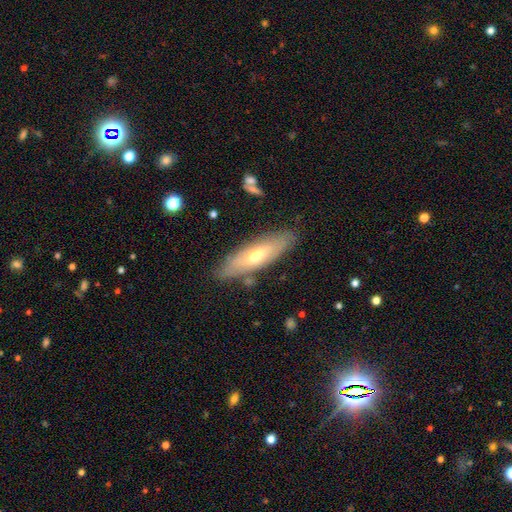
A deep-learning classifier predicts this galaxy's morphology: A featured or disk galaxy (49%).

Vote fractions:
- Smooth or featured? featured or disk: 49% / smooth: 45% / star or artifact: 6%
- Merging? none: 80% / minor disturbance: 13% / major disturbance: 3% / merger: 3%